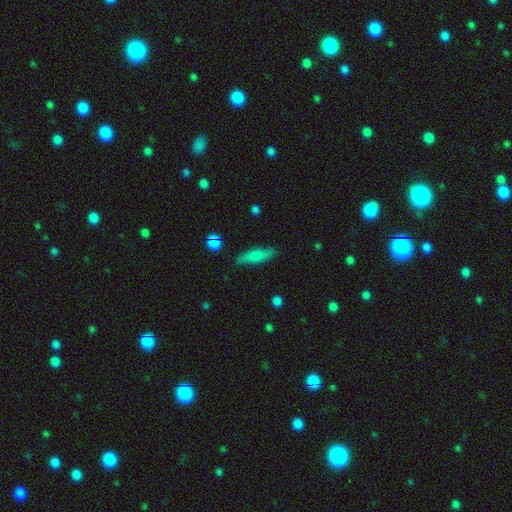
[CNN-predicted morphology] The model was most divided on "how rounded": cigar-shaped: 62%, in between: 35%, round: 3%. More confident: merging — none (81%); smooth or featured — smooth (69%).